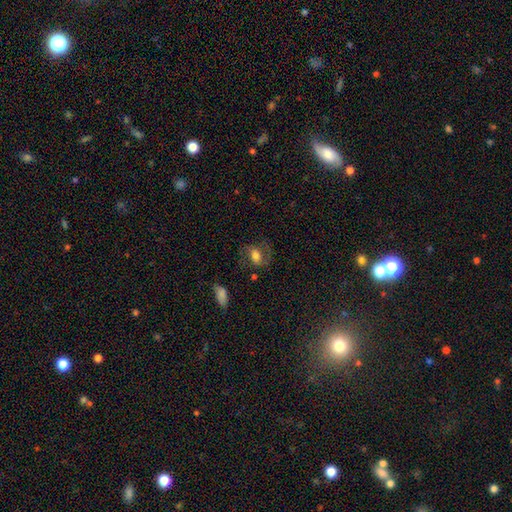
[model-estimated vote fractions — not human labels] Smooth or featured? Predicted: smooth (p=0.56). How rounded? Predicted: in between (p=0.76). Merging? Predicted: none (p=0.56).